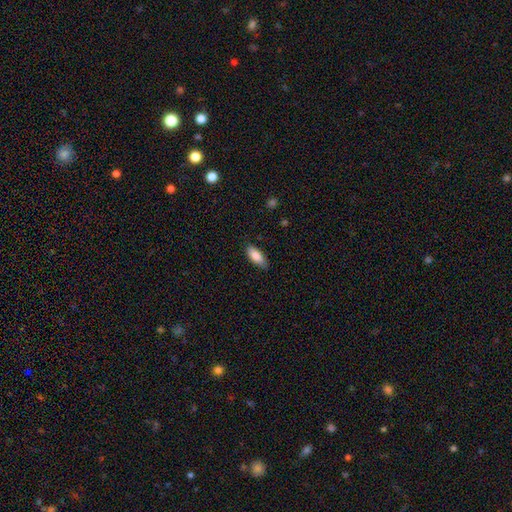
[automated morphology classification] Q: Smooth or featured?
A: smooth (86%); runner-up: featured or disk (7%)
Q: How rounded?
A: in between (81%); runner-up: cigar-shaped (18%)
Q: Merging?
A: none (80%); runner-up: minor disturbance (16%)